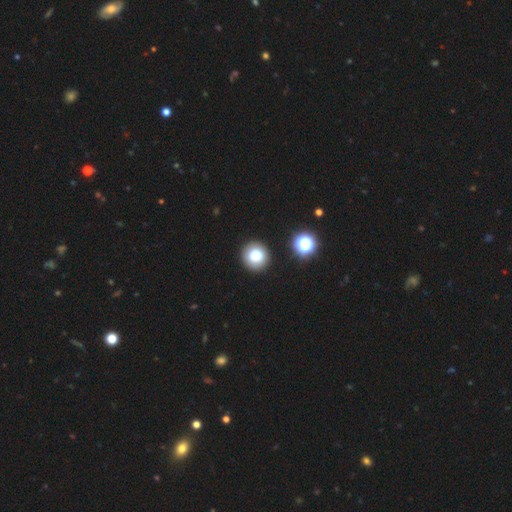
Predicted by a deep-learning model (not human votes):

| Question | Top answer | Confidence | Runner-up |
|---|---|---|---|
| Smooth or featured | smooth | 81% | star or artifact (11%) |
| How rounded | round | 94% | in between (5%) |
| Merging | none | 87% | minor disturbance (7%) |